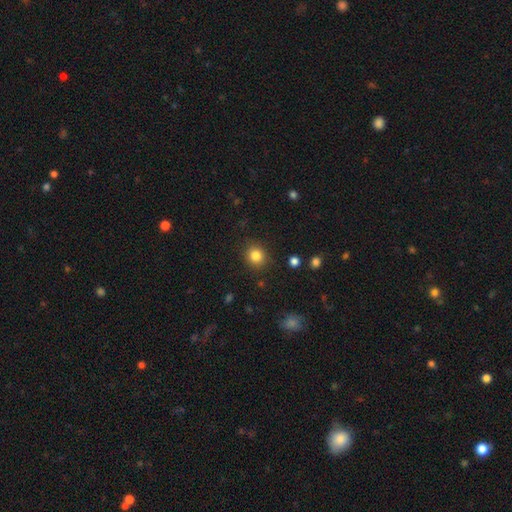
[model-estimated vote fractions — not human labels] The model was most divided on "how rounded": round: 84%, in between: 15%, cigar-shaped: 1%. More confident: merging — none (89%); smooth or featured — smooth (83%).